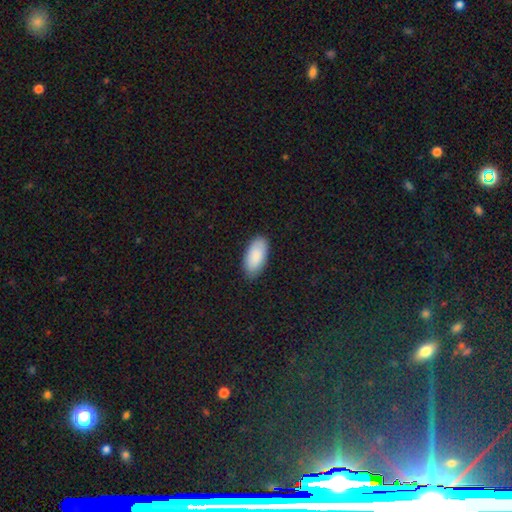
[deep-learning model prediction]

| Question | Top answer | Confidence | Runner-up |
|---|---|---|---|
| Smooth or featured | smooth | 88% | featured or disk (6%) |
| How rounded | in between | 94% | cigar-shaped (4%) |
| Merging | none | 86% | minor disturbance (11%) |